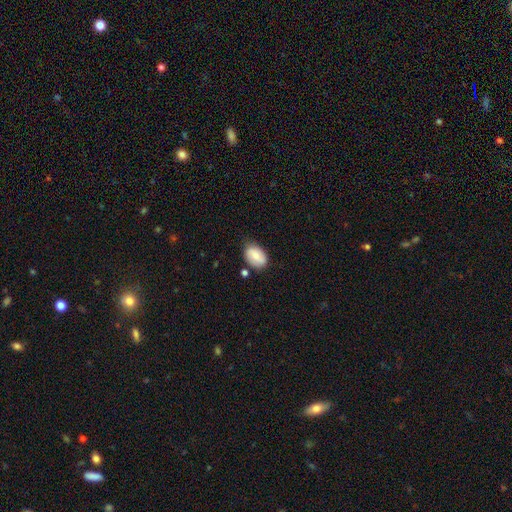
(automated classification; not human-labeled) This is likely a smooth galaxy (74%). How rounded: clearly in between (82%). Merging: likely none (71%).